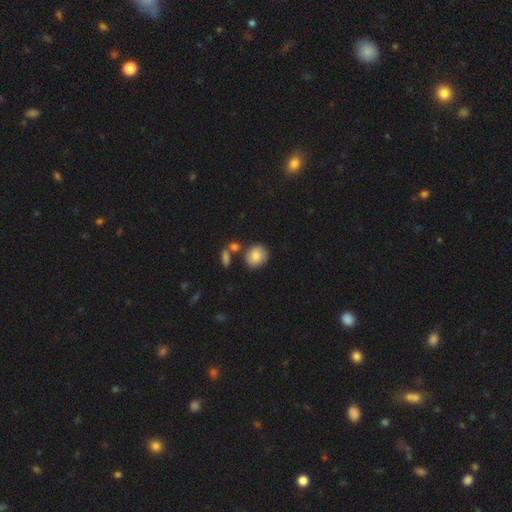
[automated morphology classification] Smooth or featured: smooth — 81% (featured or disk — 12%)
How rounded: round — 65% (in between — 34%)
Merging: none — 69% (minor disturbance — 14%)